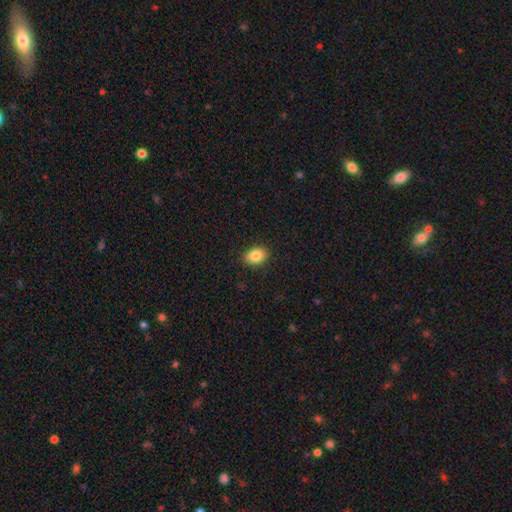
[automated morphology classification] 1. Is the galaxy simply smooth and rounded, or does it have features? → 86% smooth, 8% star or artifact, 5% featured or disk.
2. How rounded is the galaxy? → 74% in between, 25% round, 1% cigar-shaped.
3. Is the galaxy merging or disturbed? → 89% none, 8% minor disturbance, 2% major disturbance, 1% merger.